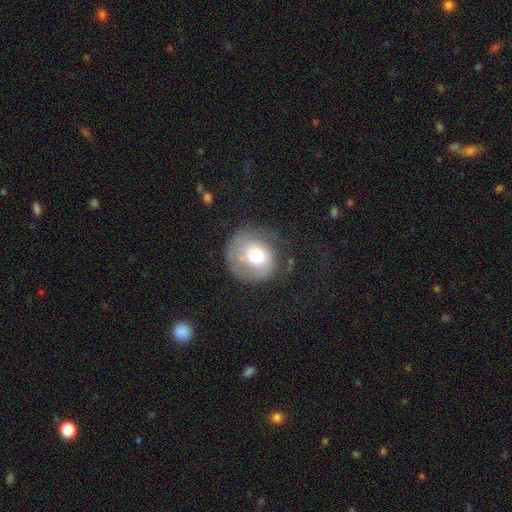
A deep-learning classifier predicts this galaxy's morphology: Overall: smooth (63%; featured or disk 28%). How rounded: round (84%). Merging: none (53%; minor disturbance 25%).